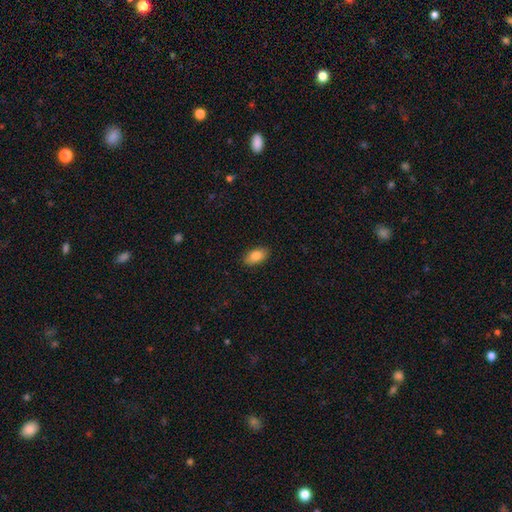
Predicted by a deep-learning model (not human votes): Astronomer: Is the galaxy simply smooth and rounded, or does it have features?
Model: smooth — 84%.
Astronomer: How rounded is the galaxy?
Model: in between — 92%.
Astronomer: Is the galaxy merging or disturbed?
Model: none — 88%.